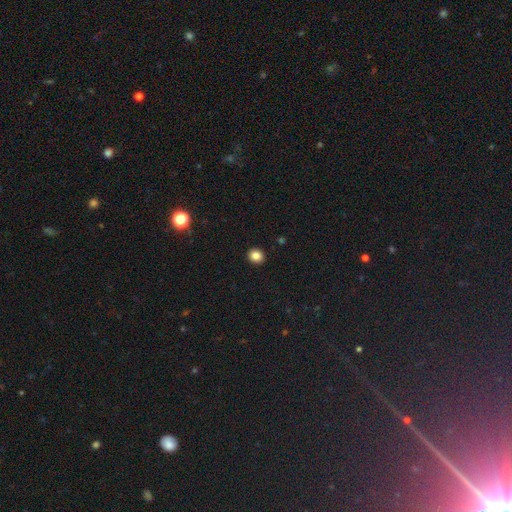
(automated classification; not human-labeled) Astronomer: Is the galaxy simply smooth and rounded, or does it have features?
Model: smooth — 84%.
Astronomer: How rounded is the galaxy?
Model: round — 78%.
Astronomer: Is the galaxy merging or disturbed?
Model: none — 92%.